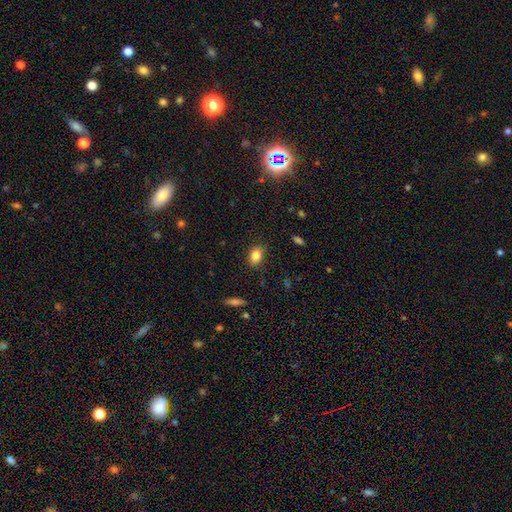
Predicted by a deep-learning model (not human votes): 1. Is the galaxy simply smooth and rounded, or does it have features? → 84% smooth, 9% star or artifact, 7% featured or disk.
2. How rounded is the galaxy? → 77% in between, 22% round, 2% cigar-shaped.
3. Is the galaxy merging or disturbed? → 82% none, 14% minor disturbance, 3% major disturbance, 1% merger.